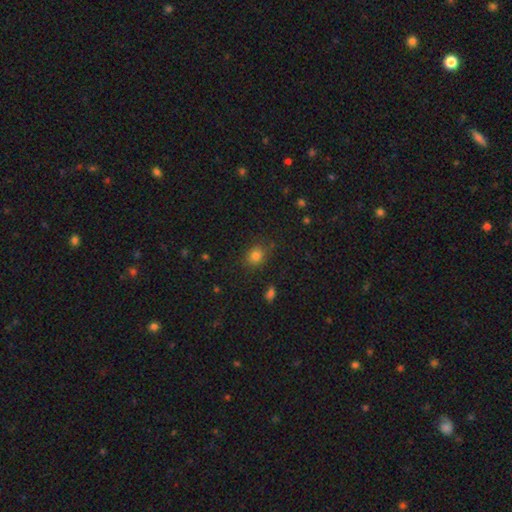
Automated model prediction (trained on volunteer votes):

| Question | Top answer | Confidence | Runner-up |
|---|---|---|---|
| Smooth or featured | smooth | 80% | star or artifact (13%) |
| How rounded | round | 55% | in between (44%) |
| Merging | none | 78% | minor disturbance (14%) |